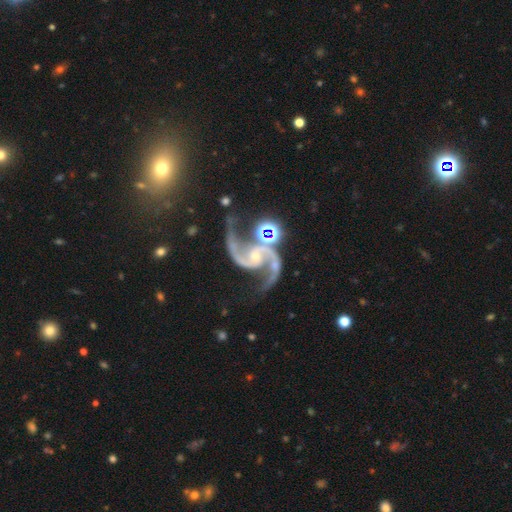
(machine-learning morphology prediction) This is clearly a featured or disk galaxy (92%). It is clearly not viewed edge-on (98%). Bar: possibly no (56%). Spiral arm pattern: clearly yes (98%). Spiral arm count: clearly 2 (94%). Spiral winding: possibly loose (49%). Central bulge: likely small (65%). Merging: possibly none (58%).